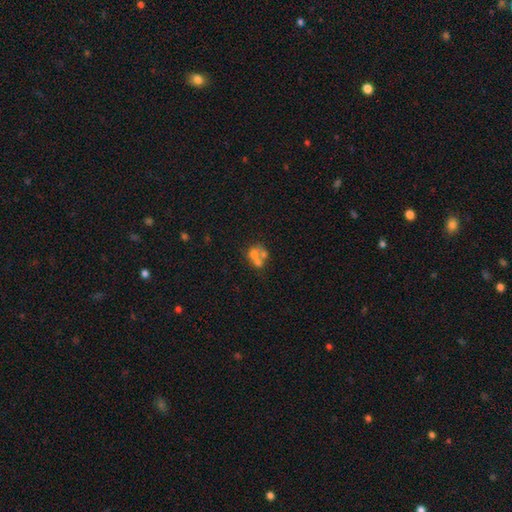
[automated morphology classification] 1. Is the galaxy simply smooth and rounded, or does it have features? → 50% smooth, 35% featured or disk, 14% star or artifact.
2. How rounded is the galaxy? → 65% round, 34% in between, 1% cigar-shaped.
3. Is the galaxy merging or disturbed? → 61% merger, 26% none, 7% minor disturbance, 6% major disturbance.